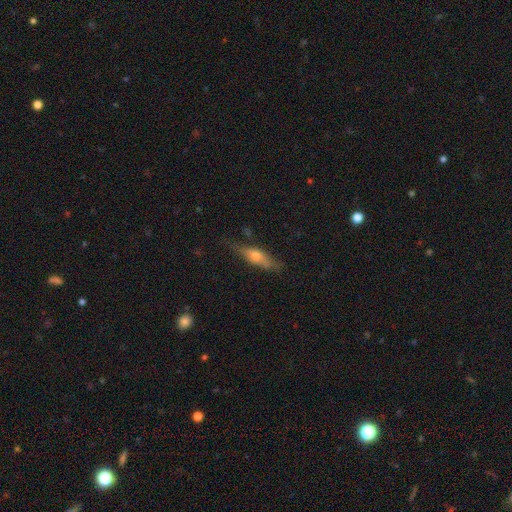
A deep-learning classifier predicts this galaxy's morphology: Overall: featured or disk (52%; smooth 41%). Edge-on disk: yes (87%). Merging: none (73%).